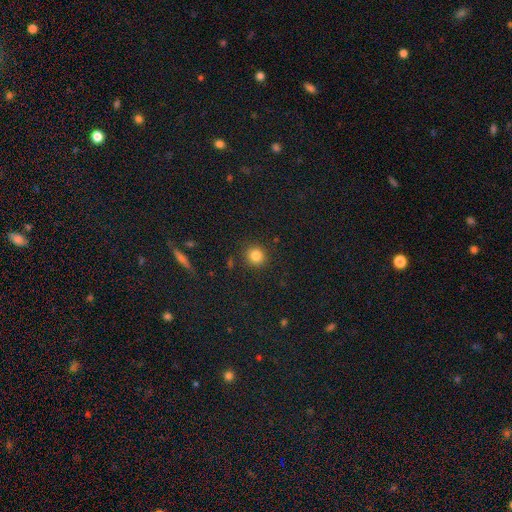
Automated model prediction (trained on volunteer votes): This appears to be a smooth galaxy with no disk features (83%) that is round (91%). Merging: none (89%).